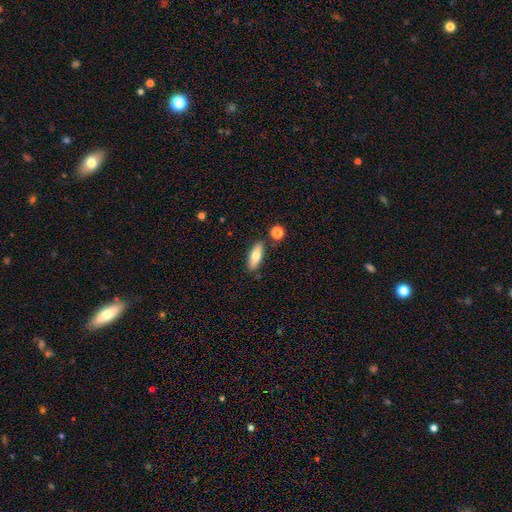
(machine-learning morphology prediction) A smooth galaxy with no disk features (73%) that is in between round and cigar-shaped (59%).

Vote fractions:
- Smooth or featured? smooth: 73% / featured or disk: 21% / star or artifact: 6%
- How rounded? in between: 59% / cigar-shaped: 38% / round: 3%
- Merging? none: 82% / minor disturbance: 10% / merger: 5% / major disturbance: 2%